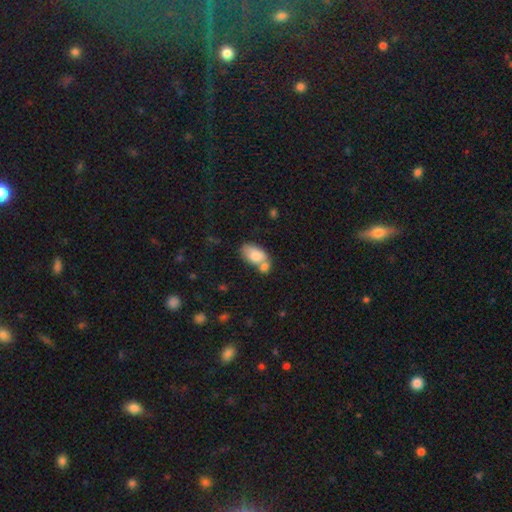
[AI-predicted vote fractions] Q: Smooth or featured?
A: smooth (81%); runner-up: featured or disk (12%)
Q: How rounded?
A: in between (92%); runner-up: round (6%)
Q: Merging?
A: merger (45%); runner-up: none (35%)